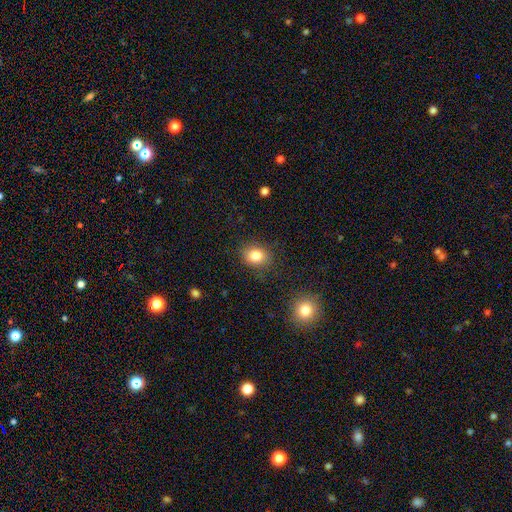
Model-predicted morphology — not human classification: A smooth galaxy with no disk features (83%) that is round (50%). Merging: none (83%).